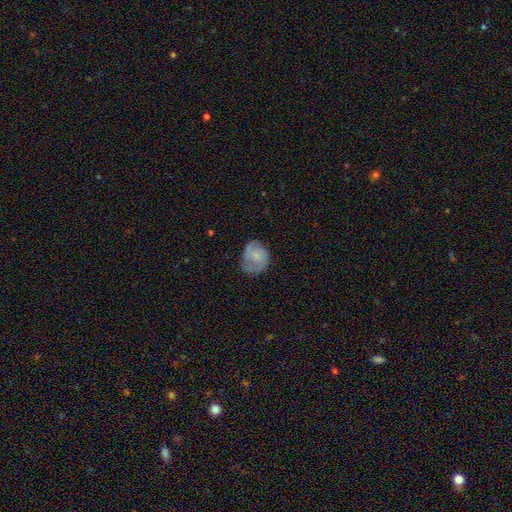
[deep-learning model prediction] Smooth or featured?
  - featured or disk: 51% *
  - smooth: 42%
  - star or artifact: 7%
Edge-on disk?
  - no: 98% *
  - yes: 2%
Bar?
  - no: 66% *
  - weak: 30%
  - strong: 5%
Spiral arms?
  - yes: 82% *
  - no: 18%
Bulge size?
  - small: 59% *
  - moderate: 22%
  - none: 16%
  - large: 2%
  - dominant: 1%
Merging?
  - none: 54% *
  - minor disturbance: 30%
  - major disturbance: 14%
  - merger: 2%